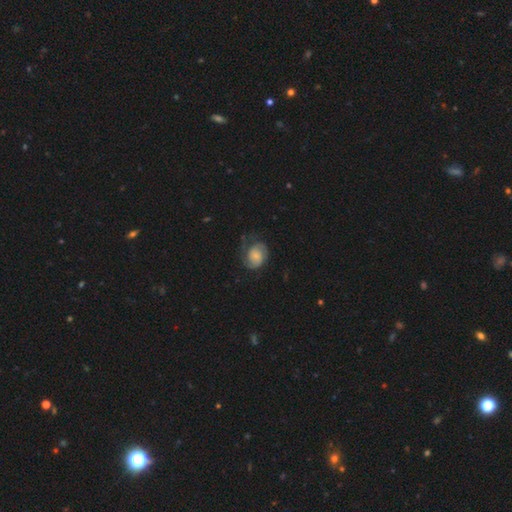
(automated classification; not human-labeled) This appears to be a featured or disk galaxy (68%) with no bar (65%), 2 (74%) tight (43%) spiral arms (94%) and a small central bulge (47%). Merging: none (59%).